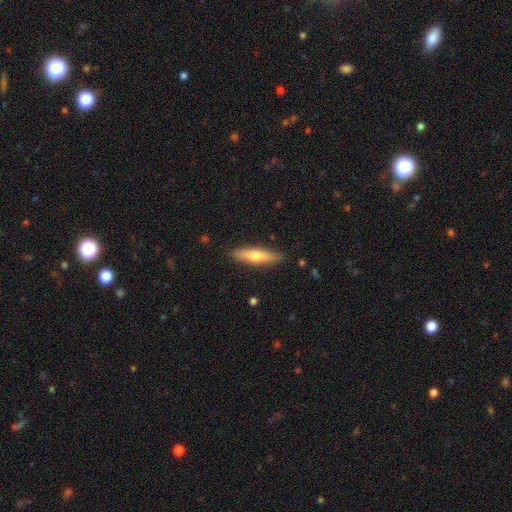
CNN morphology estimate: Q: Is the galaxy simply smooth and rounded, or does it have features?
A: smooth — 54%.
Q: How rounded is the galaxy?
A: cigar-shaped — 72%.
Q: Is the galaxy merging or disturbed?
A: none — 88%.